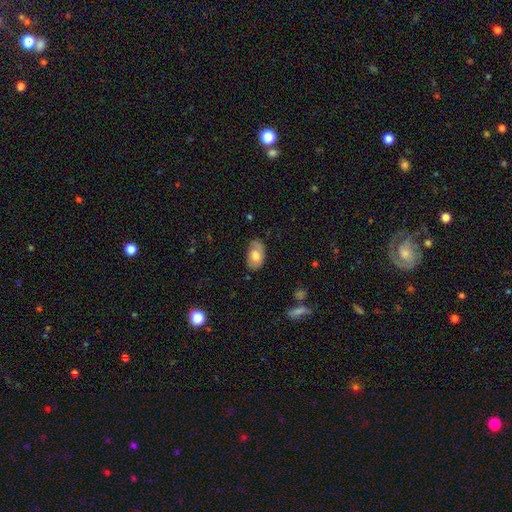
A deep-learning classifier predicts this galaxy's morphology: Smooth or featured? smooth (64%)
How rounded? in between (92%)
Merging? none (64%)